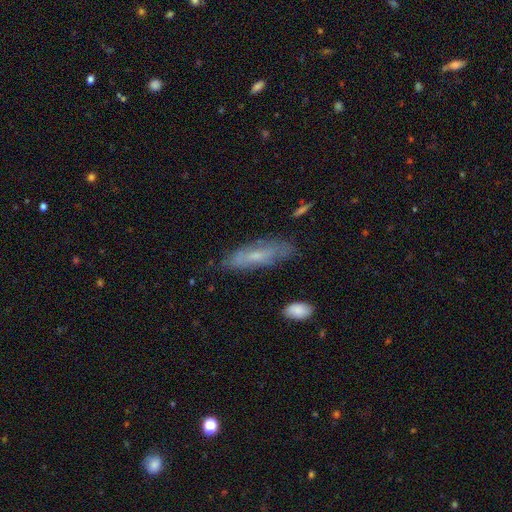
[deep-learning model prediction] Q: Smooth or featured?
A: featured or disk (46%); runner-up: smooth (45%)
Q: Merging?
A: none (75%); runner-up: minor disturbance (18%)